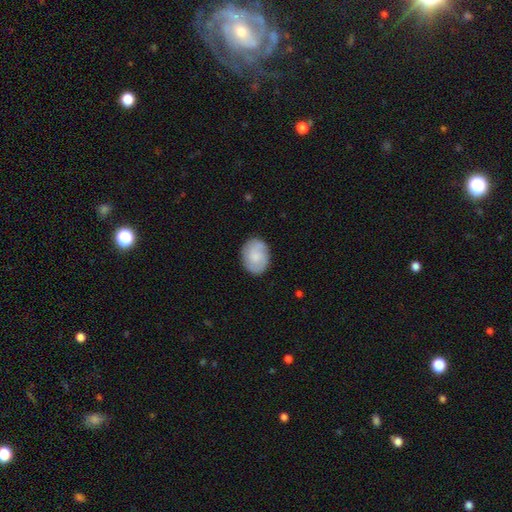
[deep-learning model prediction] smooth-or-featured: smooth: 58% | featured or disk: 35% | star or artifact: 7%
  how-rounded: in between: 56% | round: 44% | cigar-shaped: 1%
  merging: none: 82% | minor disturbance: 13% | major disturbance: 3% | merger: 1%